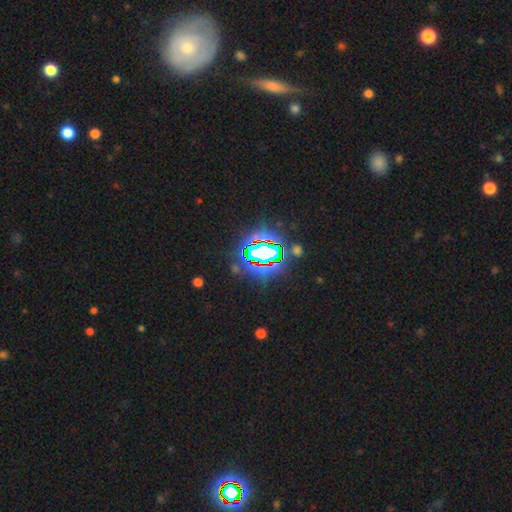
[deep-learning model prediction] A star or artifact, not a galaxy (80%).